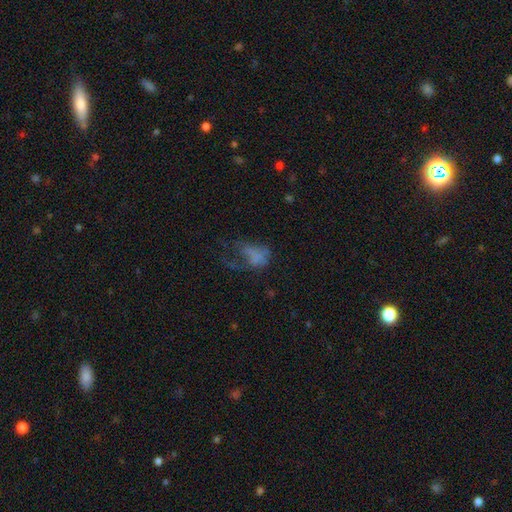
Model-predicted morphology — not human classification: This appears to be a smooth galaxy with no disk features (48%). Merging: major disturbance (57%).